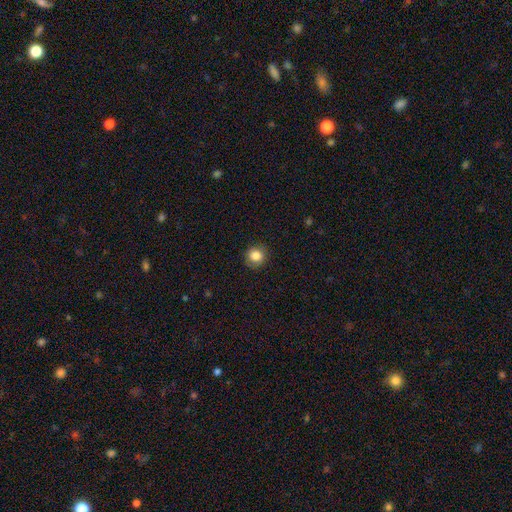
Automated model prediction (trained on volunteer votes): Q: Smooth or featured?
A: smooth (84%); runner-up: star or artifact (10%)
Q: How rounded?
A: round (89%); runner-up: in between (10%)
Q: Merging?
A: none (85%); runner-up: minor disturbance (11%)